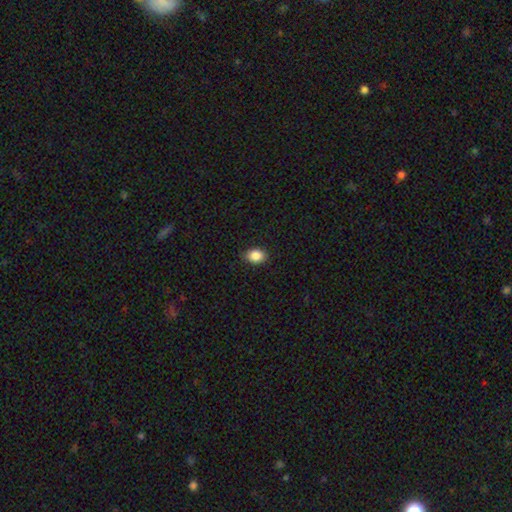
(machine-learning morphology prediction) This appears to be a smooth galaxy with no disk features (87%) that is in between round and cigar-shaped (69%). Merging: none (84%).